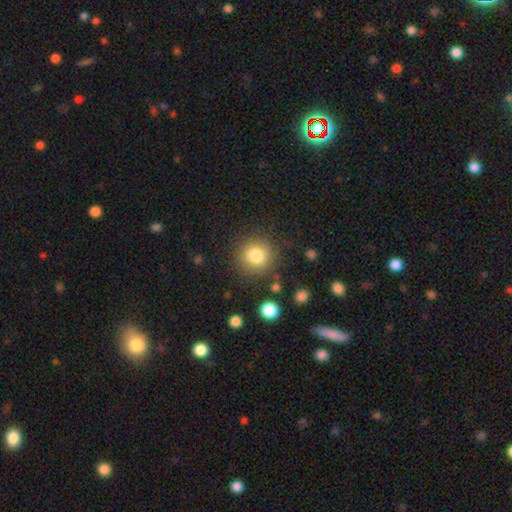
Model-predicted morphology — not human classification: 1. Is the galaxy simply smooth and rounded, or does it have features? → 81% smooth, 11% star or artifact, 8% featured or disk.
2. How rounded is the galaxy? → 93% round, 6% in between, 1% cigar-shaped.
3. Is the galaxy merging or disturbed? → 85% none, 9% minor disturbance, 4% major disturbance, 3% merger.